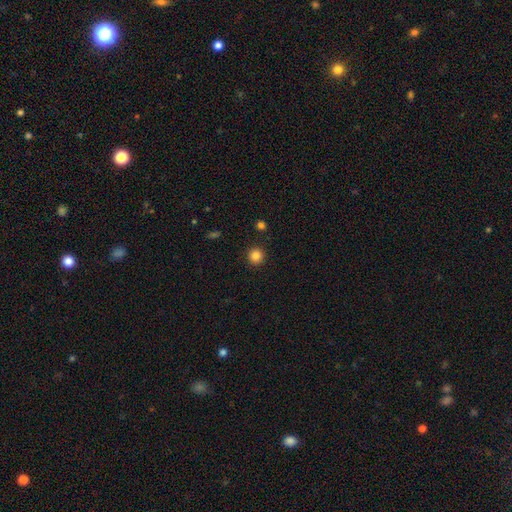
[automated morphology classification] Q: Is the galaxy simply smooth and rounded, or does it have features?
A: smooth — 85%.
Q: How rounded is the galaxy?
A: round — 95%.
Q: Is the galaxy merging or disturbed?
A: none — 92%.